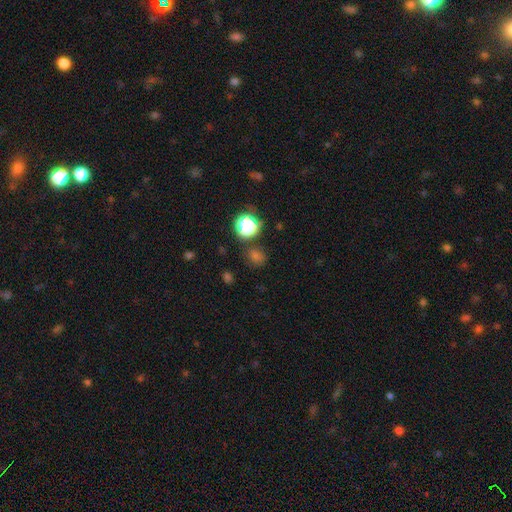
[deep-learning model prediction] smooth-or-featured: smooth: 56% | star or artifact: 39% | featured or disk: 6%
  how-rounded: round: 86% | in between: 13% | cigar-shaped: 1%
  merging: none: 82% | minor disturbance: 9% | merger: 6% | major disturbance: 4%